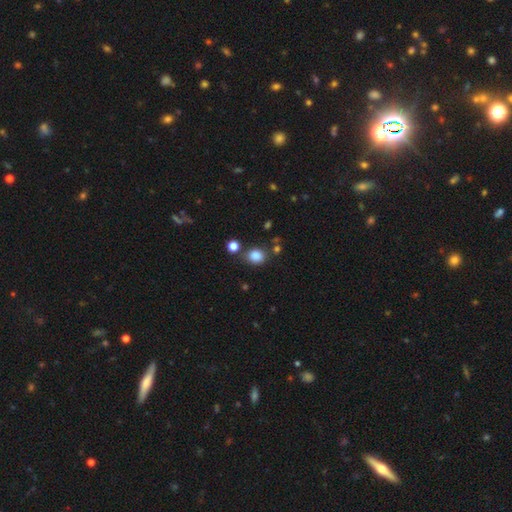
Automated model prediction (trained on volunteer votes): Smooth or featured: smooth — 84% (star or artifact — 12%)
How rounded: round — 62% (in between — 37%)
Merging: none — 74% (minor disturbance — 13%)